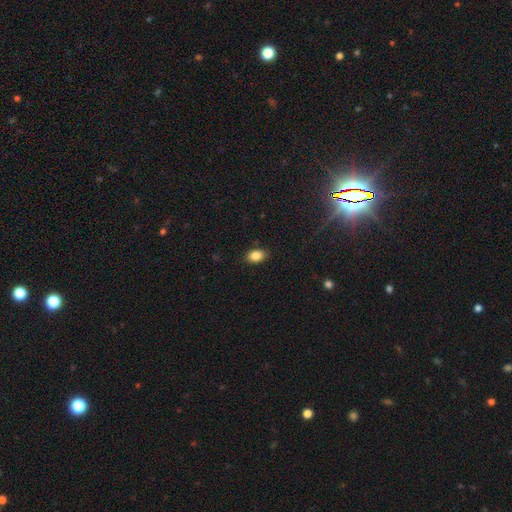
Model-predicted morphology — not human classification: A smooth galaxy with no disk features (85%) that is in between round and cigar-shaped (83%).

Vote fractions:
- Smooth or featured? smooth: 85% / star or artifact: 9% / featured or disk: 6%
- How rounded? in between: 83% / round: 16% / cigar-shaped: 2%
- Merging? none: 87% / minor disturbance: 10% / major disturbance: 2% / merger: 1%